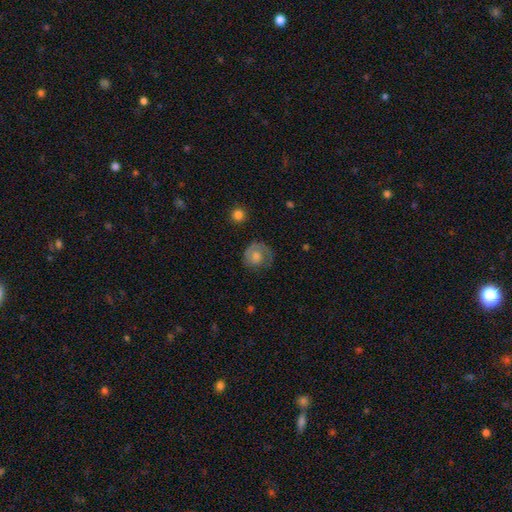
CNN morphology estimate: Overall: smooth (49%; featured or disk 44%). Merging: none (60%; minor disturbance 21%).